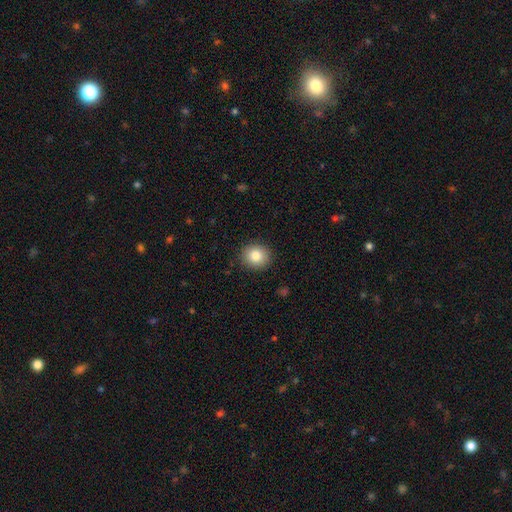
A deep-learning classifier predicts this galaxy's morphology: Overall: smooth (82%). How rounded: round (81%). Merging: none (90%).